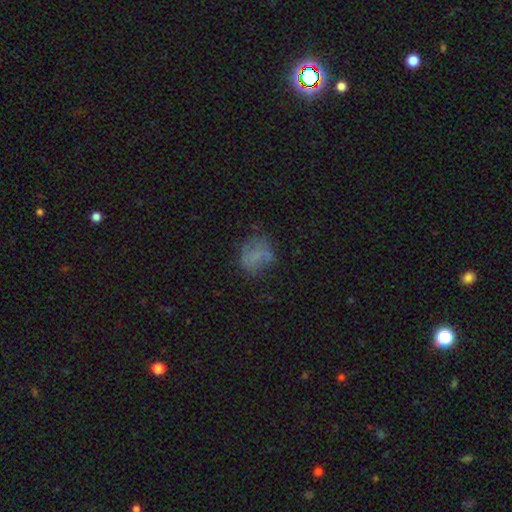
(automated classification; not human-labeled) smooth 60%, featured or disk 25%, star or artifact 15%. Down the decision tree: how rounded — round (50%); merging — none (54%).